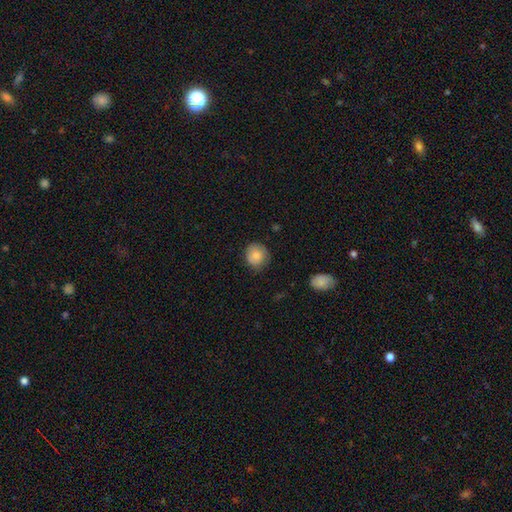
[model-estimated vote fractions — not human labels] Smooth or featured?
  - smooth: 81% *
  - featured or disk: 12%
  - star or artifact: 8%
How rounded?
  - round: 85% *
  - in between: 14%
  - cigar-shaped: 1%
Merging?
  - none: 75% *
  - minor disturbance: 20%
  - major disturbance: 4%
  - merger: 1%